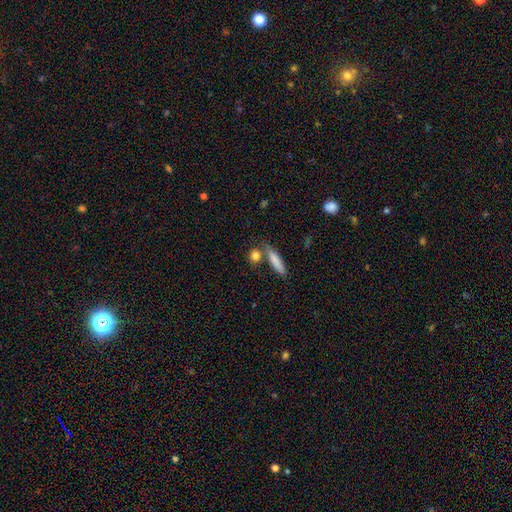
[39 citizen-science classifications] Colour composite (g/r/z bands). It shows a smooth galaxy with no disk features (92%) that is round (81%). Merging: none (83%).